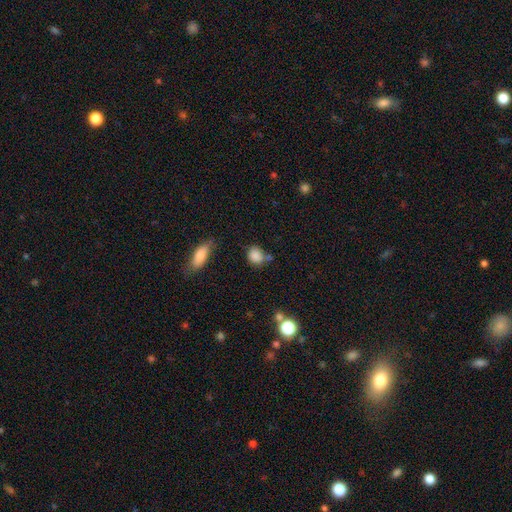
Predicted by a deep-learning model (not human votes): smooth 84%, star or artifact 10%, featured or disk 6%. Down the decision tree: how rounded — round (62%); merging — none (59%).